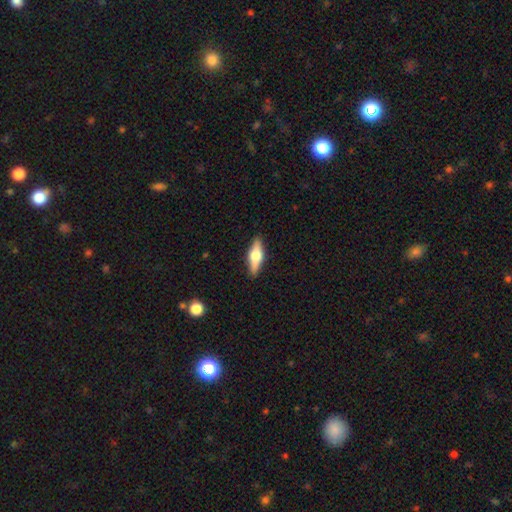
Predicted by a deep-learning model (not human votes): Overall: featured or disk (51%; smooth 43%). Edge-on disk: yes (93%). Merging: none (89%).